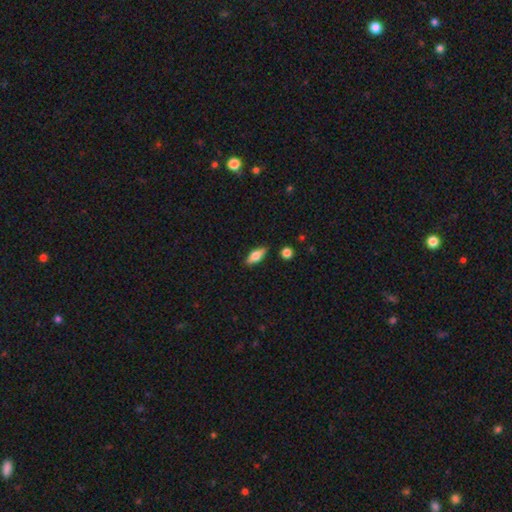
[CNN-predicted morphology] smooth_or_featured: smooth (p=0.66) [alt: featured or disk p=0.27]
how_rounded: in between (p=0.71) [alt: cigar-shaped p=0.25]
merging: none (p=0.87) [alt: minor disturbance p=0.09]